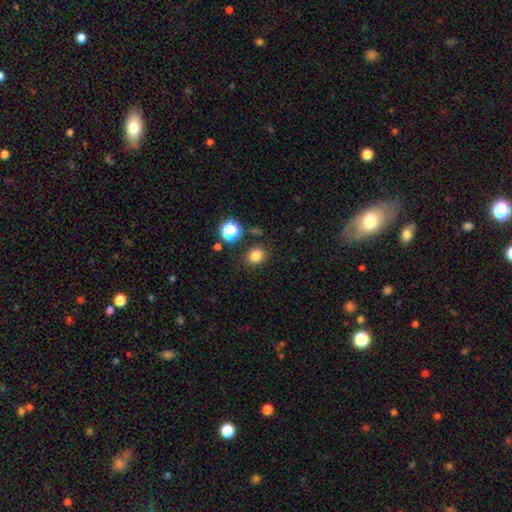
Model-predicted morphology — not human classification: The model was most divided on "how rounded": round: 72%, in between: 27%, cigar-shaped: 1%. More confident: merging — none (84%); smooth or featured — smooth (81%).